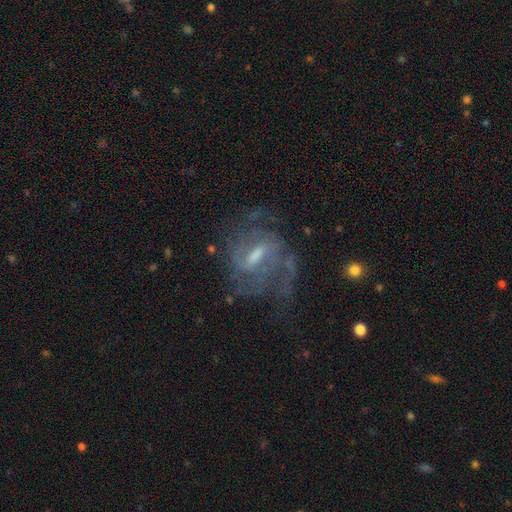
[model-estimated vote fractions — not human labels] Smooth or featured?
  - featured or disk: 84% *
  - smooth: 9%
  - star or artifact: 7%
Edge-on disk?
  - no: 96% *
  - yes: 4%
Bar?
  - weak: 52% *
  - strong: 36%
  - no: 12%
Spiral arms?
  - yes: 92% *
  - no: 8%
Spiral winding?
  - medium: 50% *
  - tight: 28%
  - loose: 21%
Spiral arm count?
  - 2: 54% *
  - can't tell: 20%
  - 3: 12%
  - 1: 5%
  - 4: 4%
  - more than 4: 3%
Bulge size?
  - moderate: 48% *
  - small: 31%
  - none: 12%
  - large: 8%
  - dominant: 1%
Merging?
  - none: 57% *
  - major disturbance: 22%
  - minor disturbance: 19%
  - merger: 3%